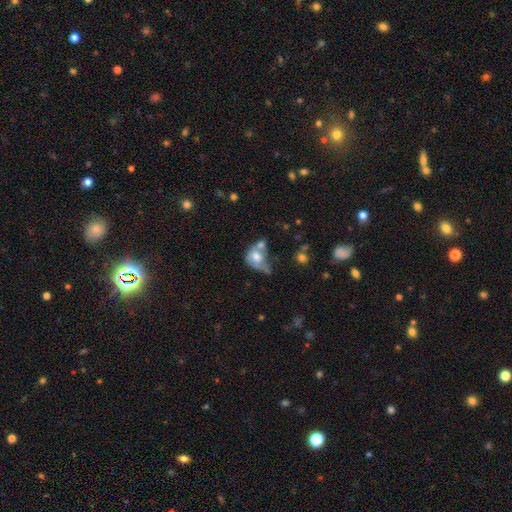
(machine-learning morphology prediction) Overall: smooth (57%; featured or disk 34%). How rounded: in between (54%; round 44%). Merging: merger (46%; major disturbance 20%).